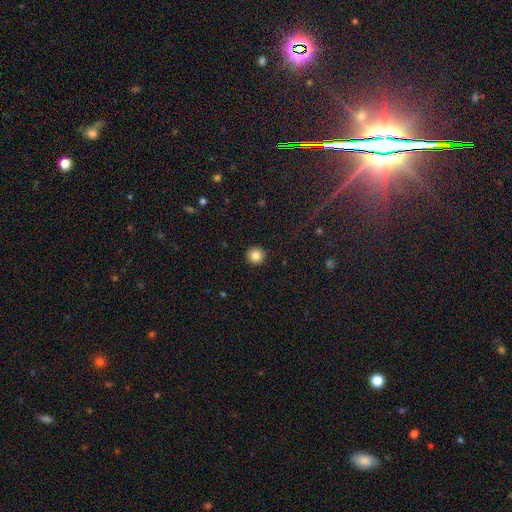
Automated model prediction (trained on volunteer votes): smooth 85%, star or artifact 10%, featured or disk 5%. Down the decision tree: how rounded — round (95%); merging — none (93%).